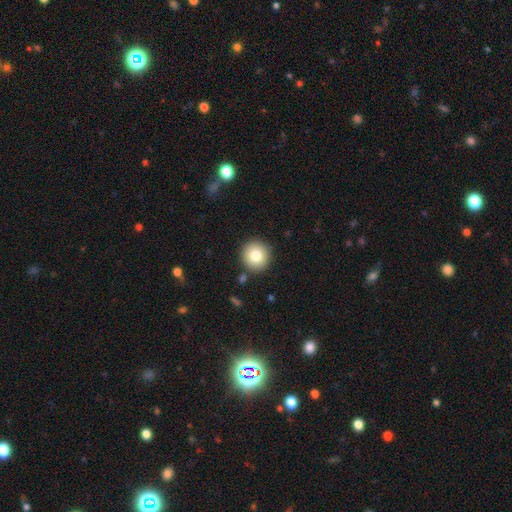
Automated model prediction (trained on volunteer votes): smooth-or-featured: smooth: 79% | featured or disk: 11% | star or artifact: 10%
  how-rounded: round: 94% | in between: 5% | cigar-shaped: 1%
  merging: none: 88% | minor disturbance: 7% | merger: 3% | major disturbance: 2%